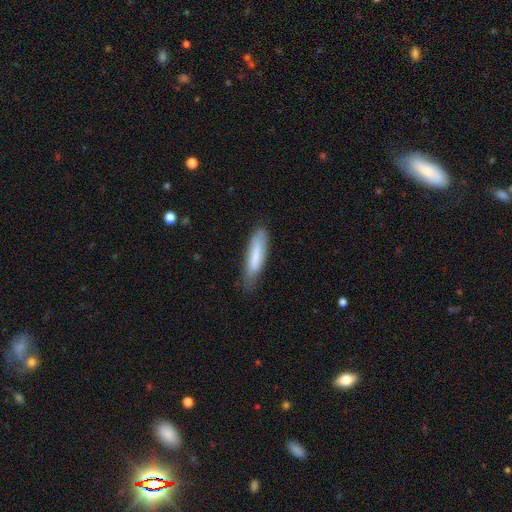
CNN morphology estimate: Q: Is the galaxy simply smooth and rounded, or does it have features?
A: smooth — 73%.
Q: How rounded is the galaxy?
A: cigar-shaped — 73%.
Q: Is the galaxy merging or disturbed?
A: none — 69%.